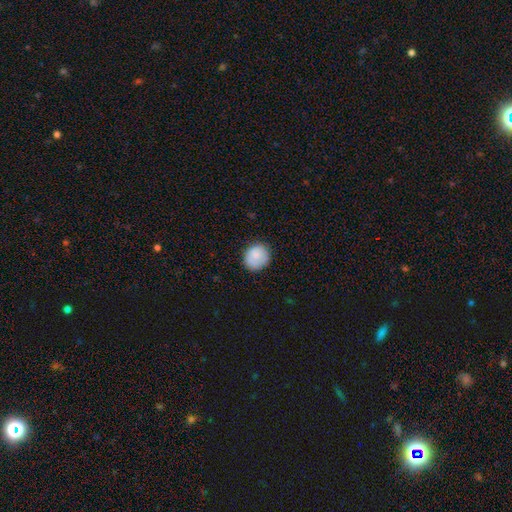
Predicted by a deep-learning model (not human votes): A smooth galaxy with no disk features (85%) that is round (77%).

Vote fractions:
- Smooth or featured? smooth: 85% / star or artifact: 7% / featured or disk: 7%
- How rounded? round: 77% / in between: 22% / cigar-shaped: 1%
- Merging? none: 80% / minor disturbance: 15% / major disturbance: 3% / merger: 1%